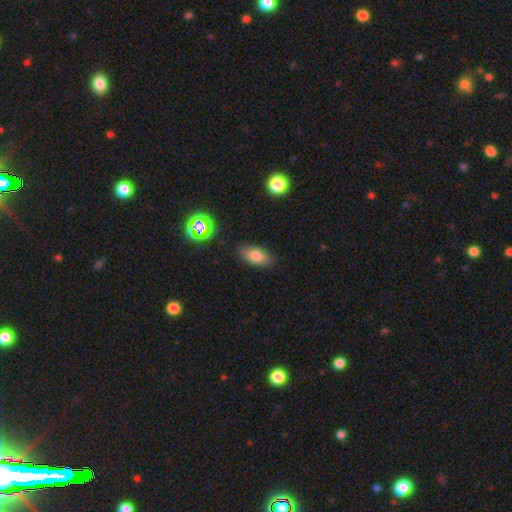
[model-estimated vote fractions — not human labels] smooth_or_featured: smooth (p=0.76) [alt: featured or disk p=0.13]
how_rounded: in between (p=0.88) [alt: cigar-shaped p=0.07]
merging: none (p=0.86) [alt: minor disturbance p=0.10]